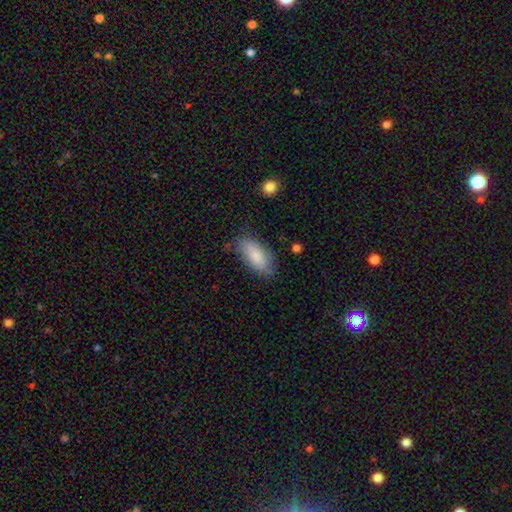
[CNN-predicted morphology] Smooth or featured: smooth — 80% (featured or disk — 14%)
How rounded: in between — 88% (cigar-shaped — 10%)
Merging: none — 72% (minor disturbance — 22%)